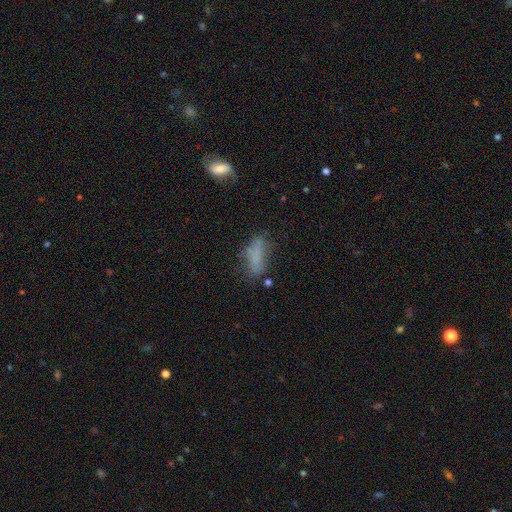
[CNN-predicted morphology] smooth 62%, featured or disk 25%, star or artifact 13%. Down the decision tree: how rounded — in between (63%); merging — none (50%).